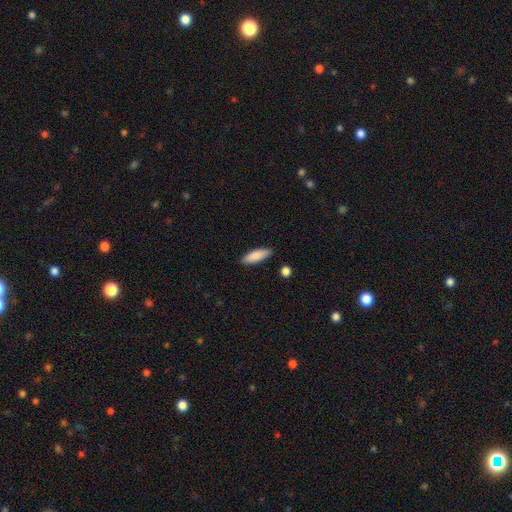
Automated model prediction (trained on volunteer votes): This is clearly a smooth galaxy (85%). How rounded: possibly in between (55%). Merging: clearly none (86%).